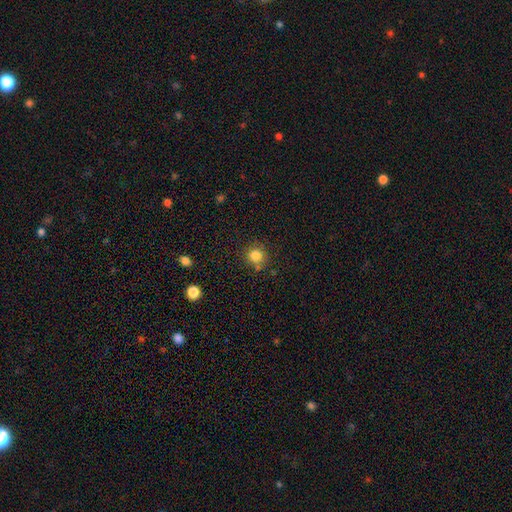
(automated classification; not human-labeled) Morphology: type=smooth (82%); roundness=round (90%); merging=none (78%).